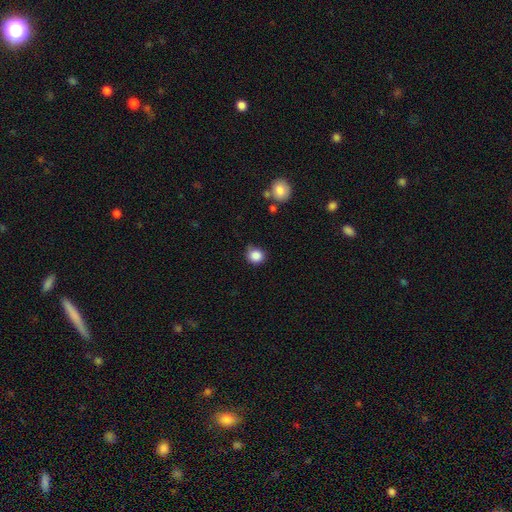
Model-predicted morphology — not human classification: smooth_or_featured: smooth (p=0.86) [alt: star or artifact p=0.10]
how_rounded: round (p=0.85) [alt: in between p=0.14]
merging: none (p=0.70) [alt: minor disturbance p=0.24]